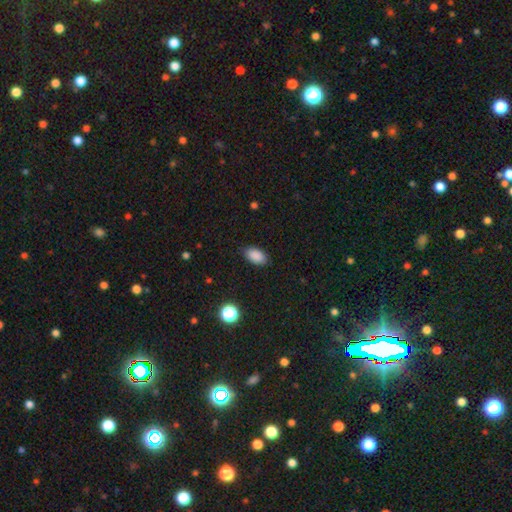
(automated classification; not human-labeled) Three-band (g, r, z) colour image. It shows a smooth galaxy with no disk features (88%) that is in between round and cigar-shaped (92%). Merging: none (86%).